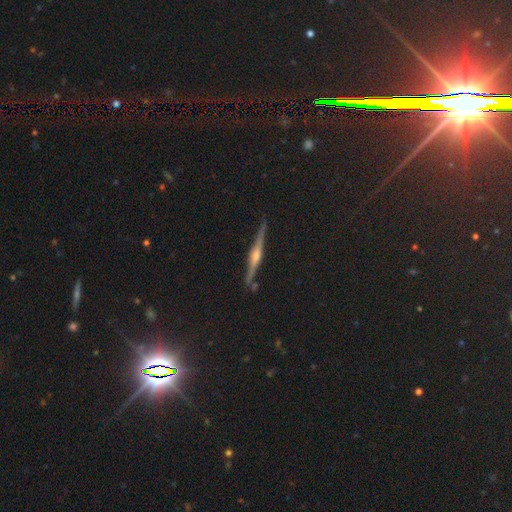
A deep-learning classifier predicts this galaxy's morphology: Smooth or featured?
  - featured or disk: 72% *
  - star or artifact: 17%
  - smooth: 11%
Edge-on disk?
  - yes: 96% *
  - no: 4%
Edge-on bulge?
  - rounded: 85% *
  - boxy: 8%
  - none: 7%
Merging?
  - none: 88% *
  - minor disturbance: 9%
  - major disturbance: 2%
  - merger: 2%